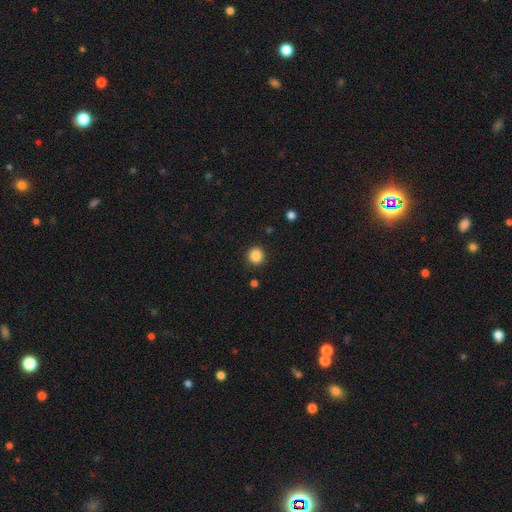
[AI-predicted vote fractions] smooth 87%, star or artifact 11%, featured or disk 3%. Down the decision tree: how rounded — round (92%); merging — none (88%).